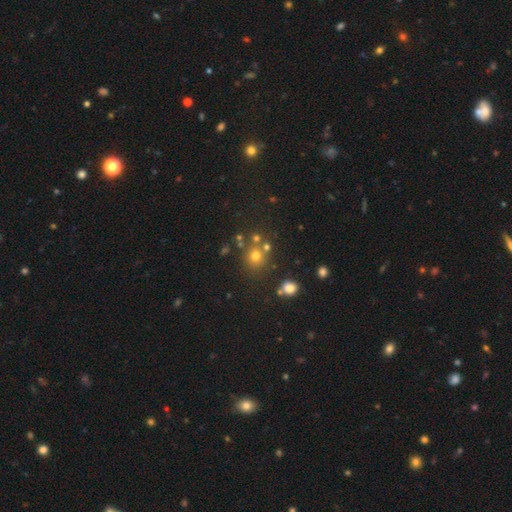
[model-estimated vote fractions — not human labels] A smooth galaxy with no disk features (69%) that is round (87%). Merging: none (71%).